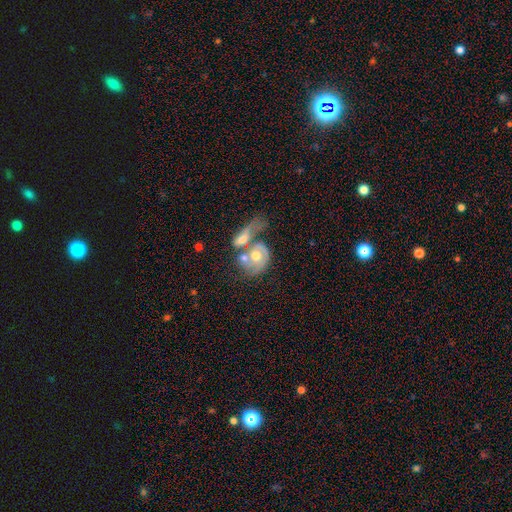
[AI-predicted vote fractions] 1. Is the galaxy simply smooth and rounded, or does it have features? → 60% featured or disk, 33% smooth, 6% star or artifact.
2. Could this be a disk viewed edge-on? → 95% no, 5% yes.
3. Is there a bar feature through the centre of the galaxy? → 80% no, 16% weak, 4% strong.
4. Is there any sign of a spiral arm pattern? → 59% yes, 41% no.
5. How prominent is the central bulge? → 70% moderate, 14% small, 12% large, 3% none, 2% dominant.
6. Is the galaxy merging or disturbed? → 58% merger, 17% major disturbance, 15% none, 10% minor disturbance.